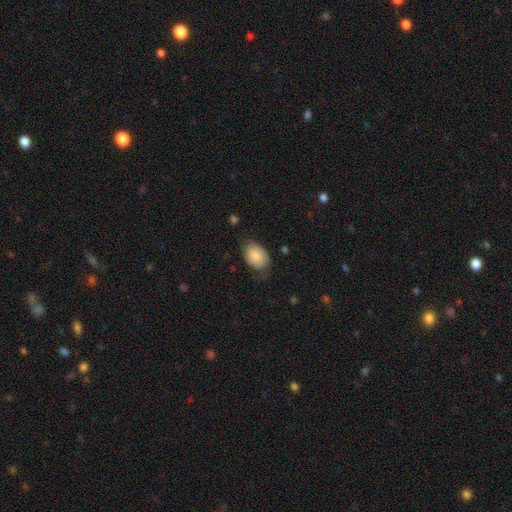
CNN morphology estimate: smooth_or_featured: smooth (p=0.81) [alt: featured or disk p=0.12]
how_rounded: in between (p=0.85) [alt: round p=0.14]
merging: none (p=0.55) [alt: minor disturbance p=0.31]